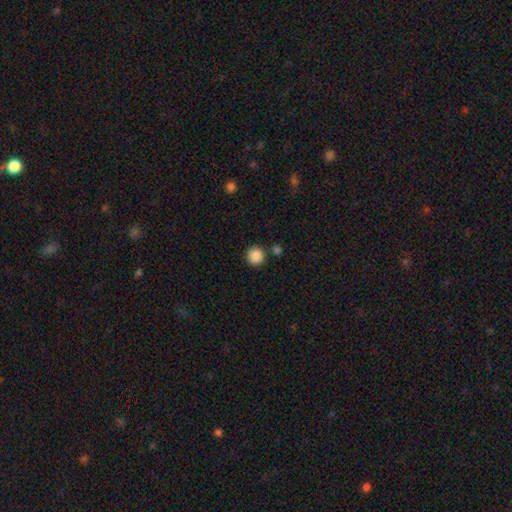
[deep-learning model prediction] smooth-or-featured: smooth: 88% | star or artifact: 9% | featured or disk: 3%
  how-rounded: round: 93% | in between: 6% | cigar-shaped: 1%
  merging: none: 85% | minor disturbance: 7% | merger: 6% | major disturbance: 2%